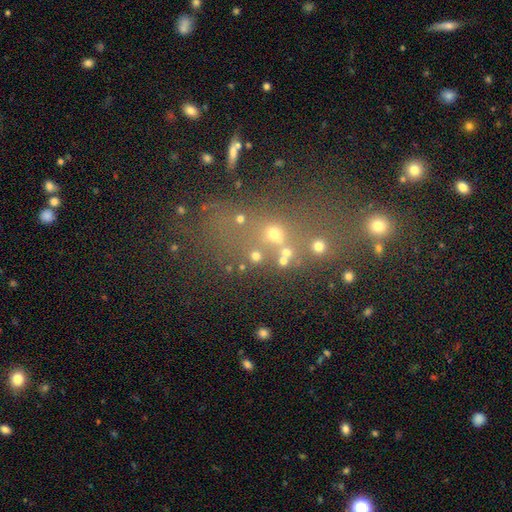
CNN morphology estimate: This is possibly a smooth galaxy (51%). How rounded: likely round (67%). Merging: possibly none (58%).